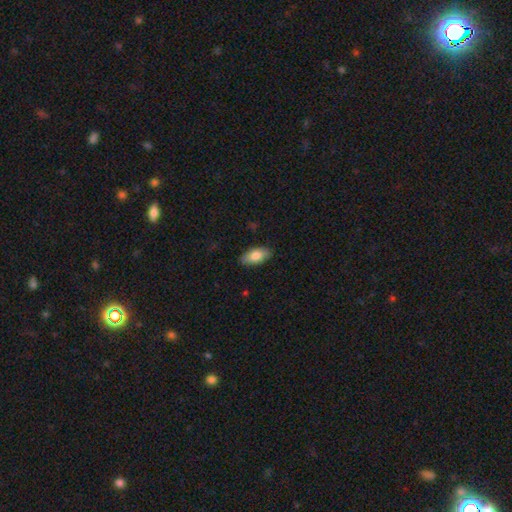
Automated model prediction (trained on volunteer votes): smooth_or_featured: smooth (p=0.81) [alt: featured or disk p=0.13]
how_rounded: in between (p=0.90) [alt: cigar-shaped p=0.07]
merging: none (p=0.88) [alt: minor disturbance p=0.09]